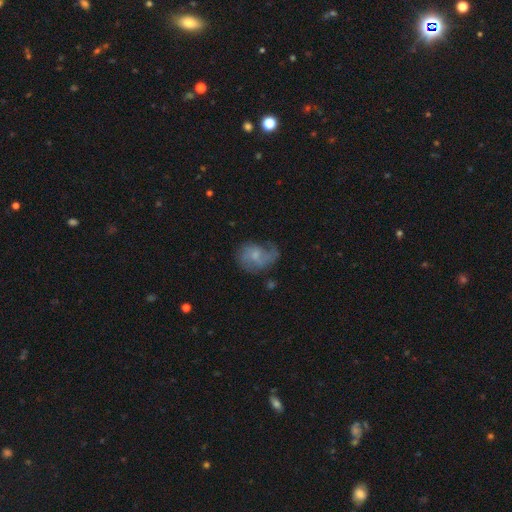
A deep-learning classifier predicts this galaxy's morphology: A featured or disk galaxy (54%) with no bar (63%), spiral arms (76%) and a small central bulge (49%). Merging: none (43%).